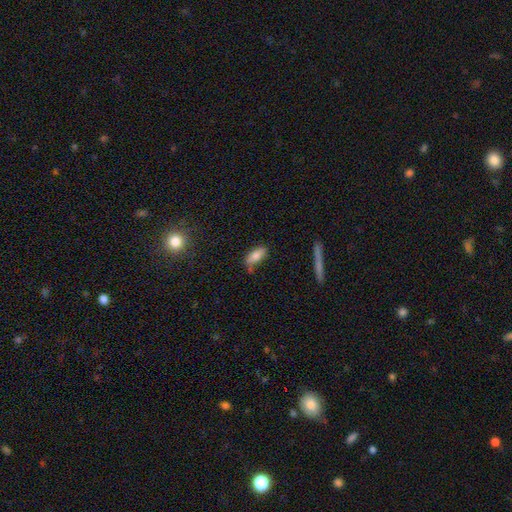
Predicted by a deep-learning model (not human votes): A smooth galaxy with no disk features (79%) that is in between round and cigar-shaped (76%).

Vote fractions:
- Smooth or featured? smooth: 79% / featured or disk: 13% / star or artifact: 8%
- How rounded? in between: 76% / cigar-shaped: 21% / round: 3%
- Merging? none: 67% / minor disturbance: 21% / merger: 7% / major disturbance: 5%